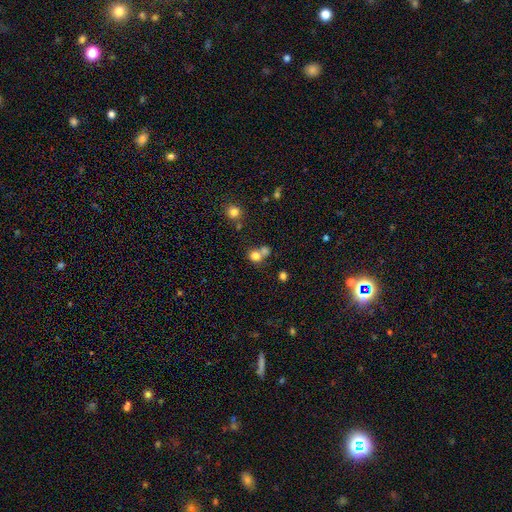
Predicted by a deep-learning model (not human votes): Smooth or featured? Predicted: smooth (p=0.77). How rounded? Predicted: round (p=0.76). Merging? Predicted: merger (p=0.45).